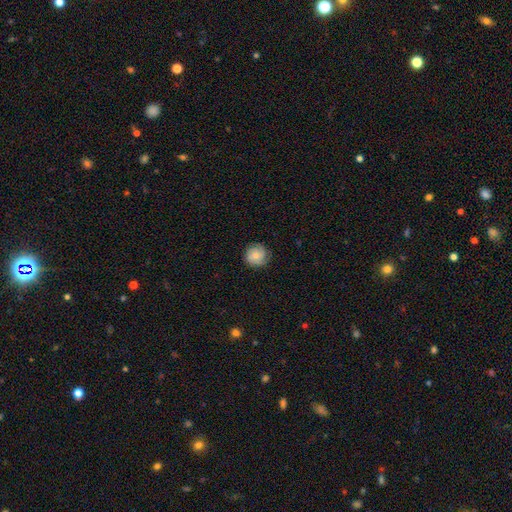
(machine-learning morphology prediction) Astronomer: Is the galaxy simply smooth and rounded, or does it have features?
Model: smooth — 54% (runner-up: featured or disk, 38%).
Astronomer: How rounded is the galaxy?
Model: round — 91%.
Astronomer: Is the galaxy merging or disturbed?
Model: none — 81%.